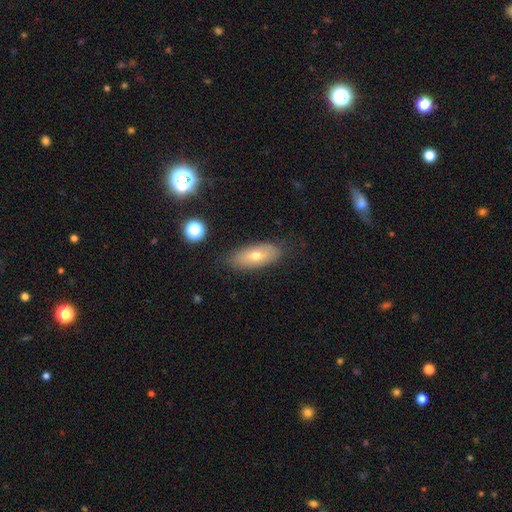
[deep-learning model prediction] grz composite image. It shows a smooth galaxy with no disk features (62%) that is in between round and cigar-shaped (83%). Merging: none (81%).